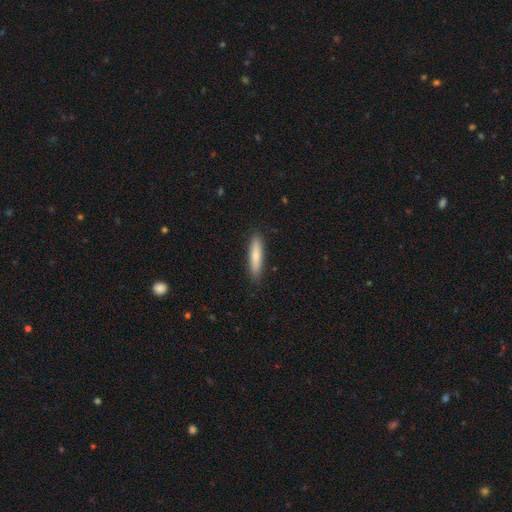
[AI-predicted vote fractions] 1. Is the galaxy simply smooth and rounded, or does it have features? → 79% smooth, 16% featured or disk, 6% star or artifact.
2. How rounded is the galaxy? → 84% cigar-shaped, 15% in between, 1% round.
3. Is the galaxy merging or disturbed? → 88% none, 9% minor disturbance, 2% major disturbance, 1% merger.